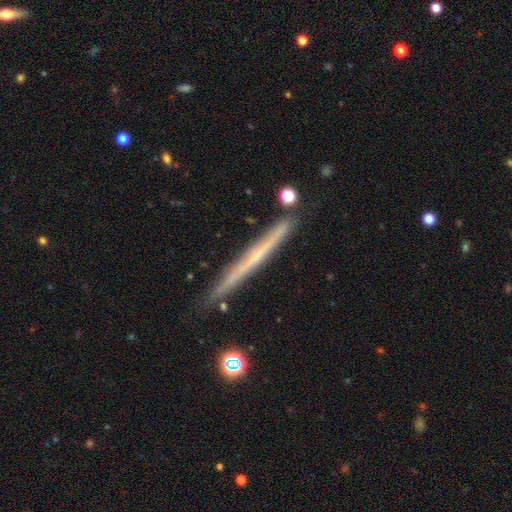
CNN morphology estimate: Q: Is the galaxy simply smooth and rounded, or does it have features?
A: featured or disk — 59%.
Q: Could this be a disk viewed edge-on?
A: yes — 97%.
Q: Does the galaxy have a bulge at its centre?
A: none — 83%.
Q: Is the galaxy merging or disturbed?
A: none — 85%.